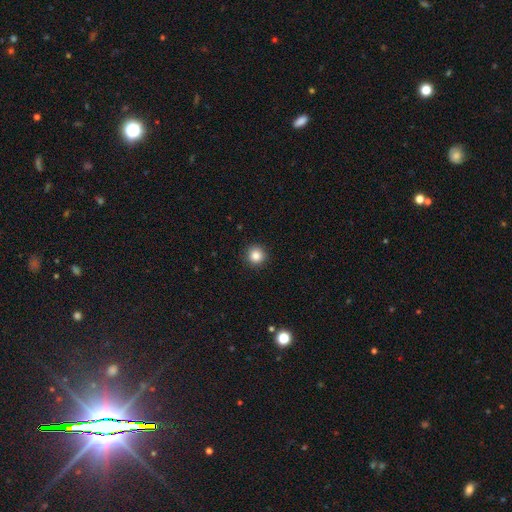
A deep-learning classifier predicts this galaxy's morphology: The model was most divided on "smooth or featured": smooth: 85%, star or artifact: 10%, featured or disk: 4%. More confident: how rounded — round (95%); merging — none (92%).